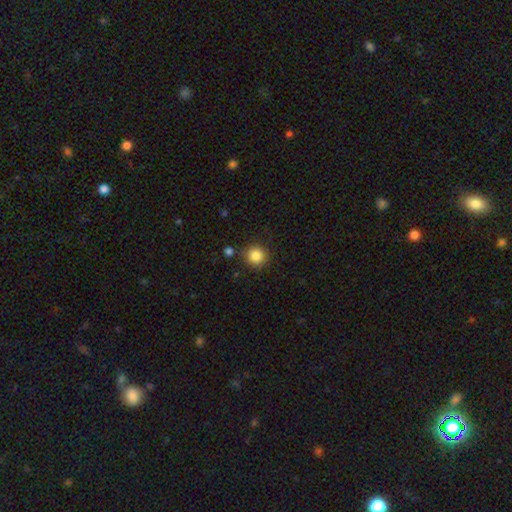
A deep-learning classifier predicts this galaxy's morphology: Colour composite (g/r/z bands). It shows a smooth galaxy with no disk features (85%) that is round (93%). Merging: none (85%).